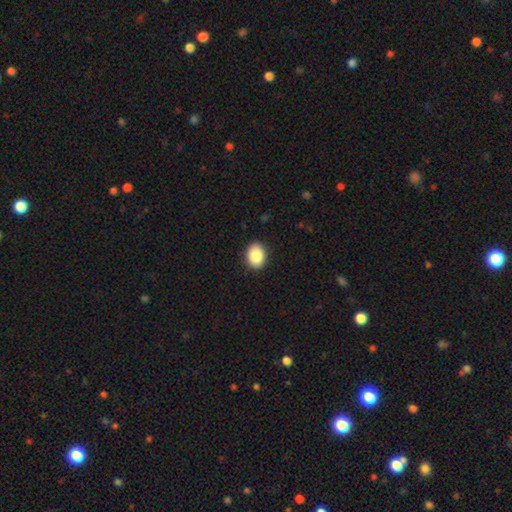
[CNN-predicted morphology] Smooth or featured?
  - smooth: 87% *
  - star or artifact: 8%
  - featured or disk: 5%
How rounded?
  - in between: 67% *
  - round: 32%
  - cigar-shaped: 1%
Merging?
  - none: 90% *
  - minor disturbance: 7%
  - major disturbance: 2%
  - merger: 1%